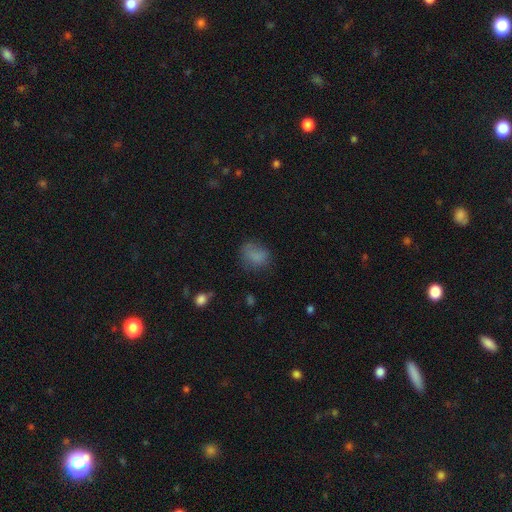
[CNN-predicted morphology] type=smooth (78%); roundness=in between (53%); merging=none (58%).